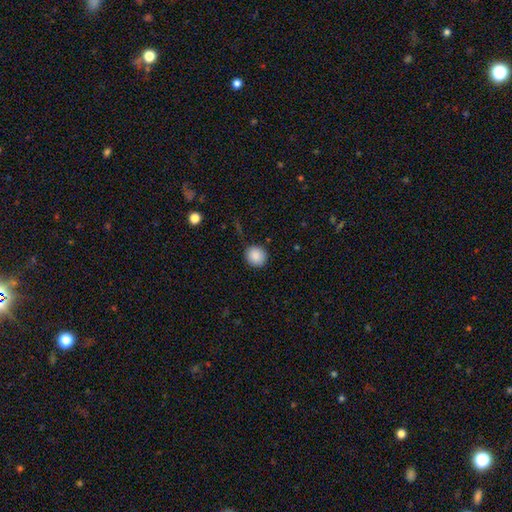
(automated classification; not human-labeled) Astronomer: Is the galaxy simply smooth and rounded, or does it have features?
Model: smooth — 88%.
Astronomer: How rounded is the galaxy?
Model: round — 90%.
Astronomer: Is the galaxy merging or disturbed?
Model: none — 87%.